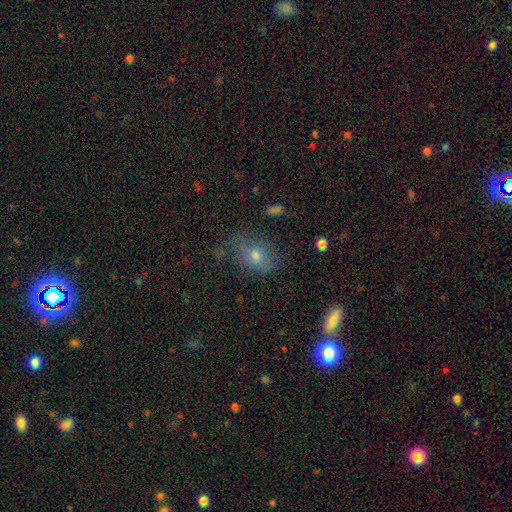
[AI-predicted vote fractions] smooth_or_featured: smooth (p=0.62) [alt: featured or disk p=0.24]
how_rounded: in between (p=0.67) [alt: round p=0.31]
merging: none (p=0.53) [alt: minor disturbance p=0.27]